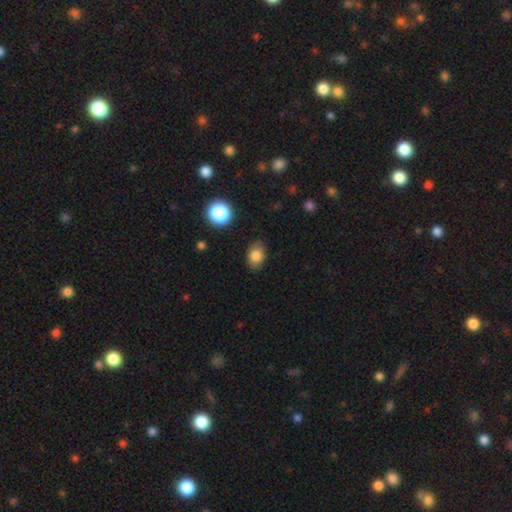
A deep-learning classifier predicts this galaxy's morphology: type=smooth (82%); roundness=in between (78%); merging=none (82%).